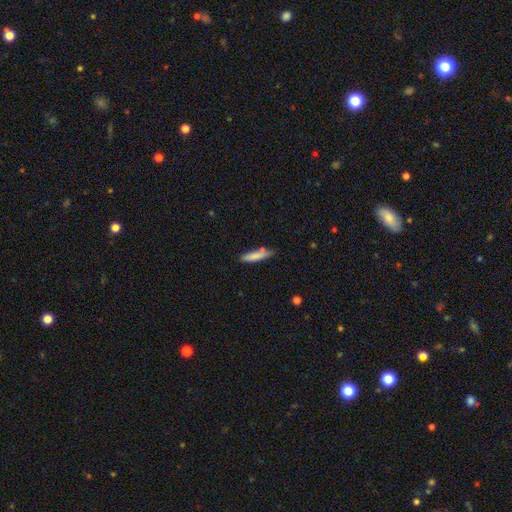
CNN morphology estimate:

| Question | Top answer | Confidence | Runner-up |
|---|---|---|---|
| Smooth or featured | smooth | 79% | featured or disk (14%) |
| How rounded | cigar-shaped | 77% | in between (21%) |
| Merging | none | 66% | minor disturbance (22%) |